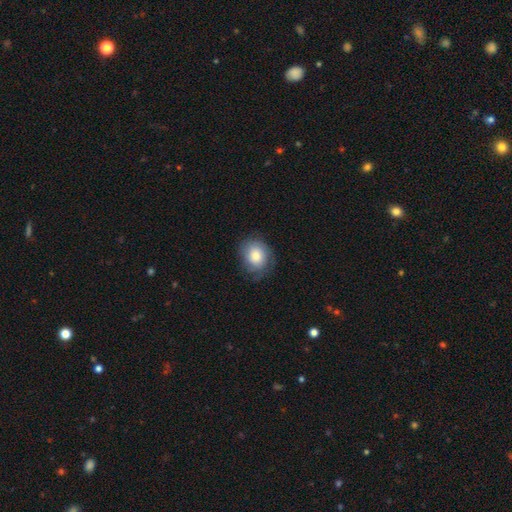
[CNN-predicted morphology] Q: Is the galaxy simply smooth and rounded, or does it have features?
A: smooth — 76%.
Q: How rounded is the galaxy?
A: round — 61%.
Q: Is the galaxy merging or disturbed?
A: none — 73%.